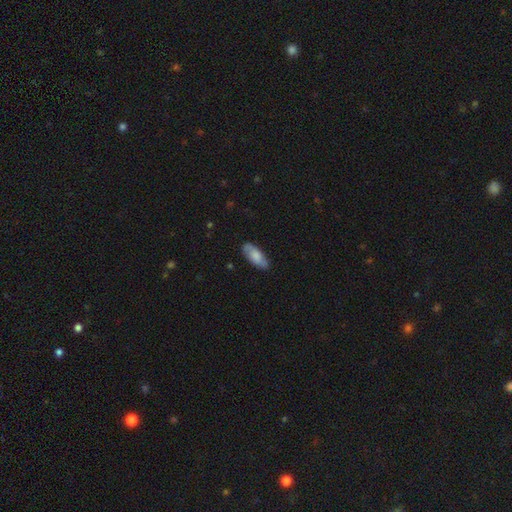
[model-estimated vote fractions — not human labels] Smooth or featured? Predicted: smooth (p=0.68). How rounded? Predicted: in between (p=0.80). Merging? Predicted: none (p=0.83).